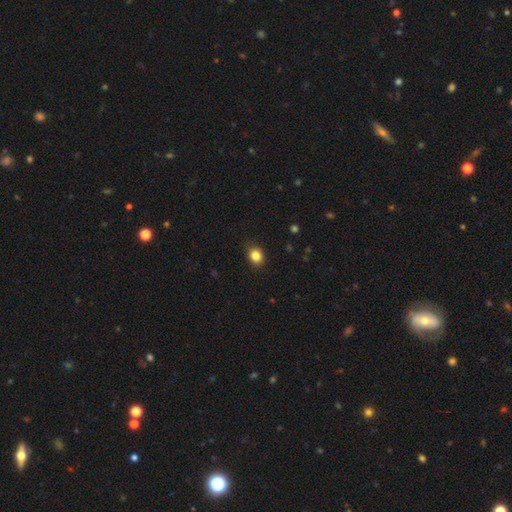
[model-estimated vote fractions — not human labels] Smooth or featured? Predicted: smooth (p=0.84). How rounded? Predicted: round (p=0.67). Merging? Predicted: none (p=0.87).